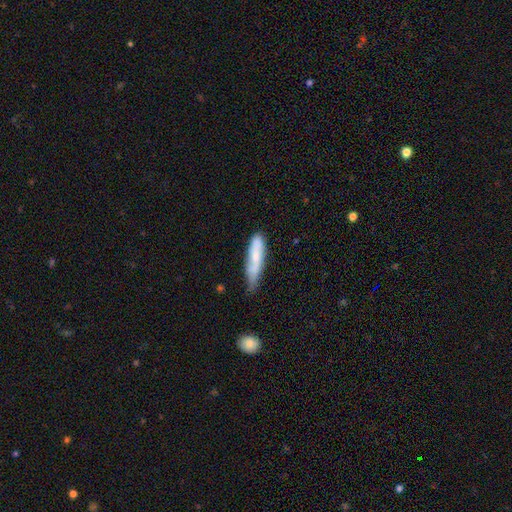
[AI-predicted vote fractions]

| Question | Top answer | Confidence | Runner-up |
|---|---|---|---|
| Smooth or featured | smooth | 63% | featured or disk (31%) |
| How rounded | cigar-shaped | 73% | in between (25%) |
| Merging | none | 47% | minor disturbance (40%) |